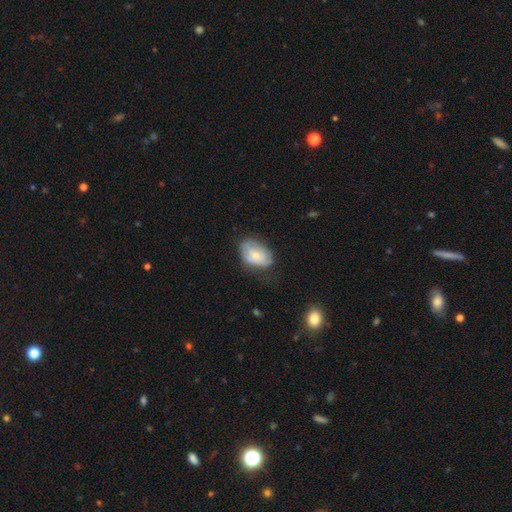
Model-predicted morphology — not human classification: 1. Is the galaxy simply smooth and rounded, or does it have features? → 58% smooth, 35% featured or disk, 7% star or artifact.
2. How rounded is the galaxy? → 87% in between, 12% round, 1% cigar-shaped.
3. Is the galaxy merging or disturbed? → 59% none, 29% minor disturbance, 11% major disturbance, 2% merger.